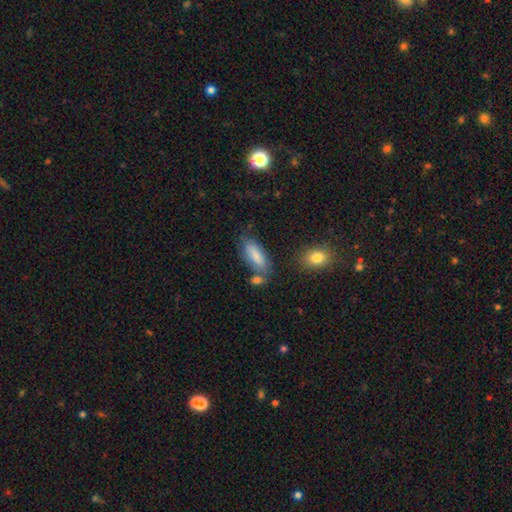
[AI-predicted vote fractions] Smooth or featured? Predicted: smooth (p=0.82). How rounded? Predicted: in between (p=0.76). Merging? Predicted: none (p=0.63).